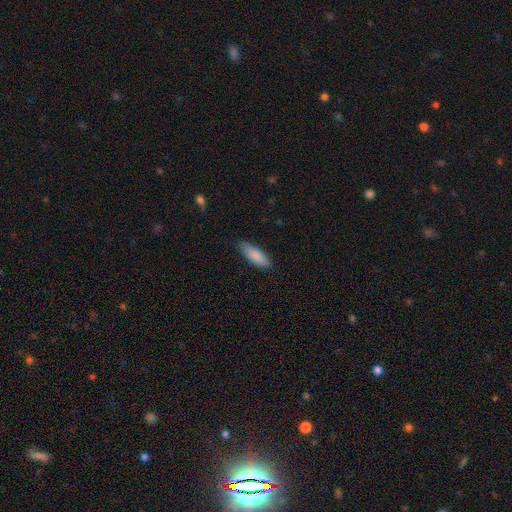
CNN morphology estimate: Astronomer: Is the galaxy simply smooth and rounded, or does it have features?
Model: smooth — 87%.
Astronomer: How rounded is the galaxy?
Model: in between — 60% (runner-up: cigar-shaped, 39%).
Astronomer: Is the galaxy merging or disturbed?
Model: none — 81%.